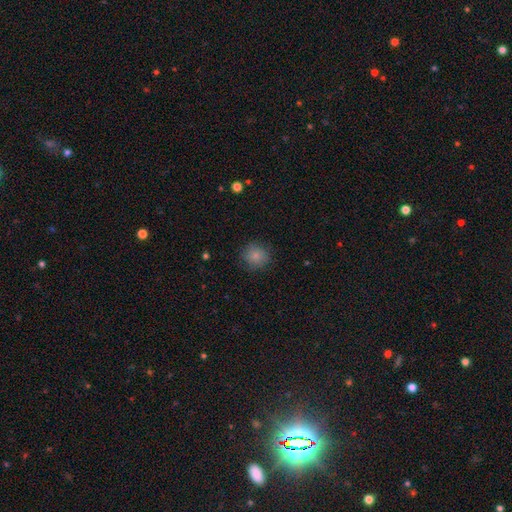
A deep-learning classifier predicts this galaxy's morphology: Smooth or featured?
  - smooth: 84% *
  - star or artifact: 10%
  - featured or disk: 6%
How rounded?
  - round: 88% *
  - in between: 11%
  - cigar-shaped: 1%
Merging?
  - none: 83% *
  - minor disturbance: 12%
  - major disturbance: 3%
  - merger: 1%